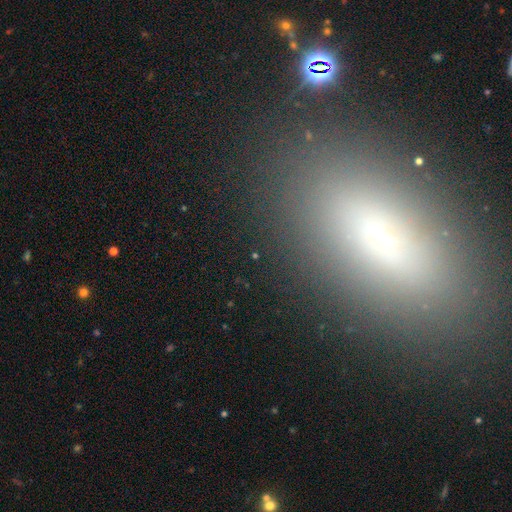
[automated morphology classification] This appears to be a star or artifact, not a galaxy (60%).